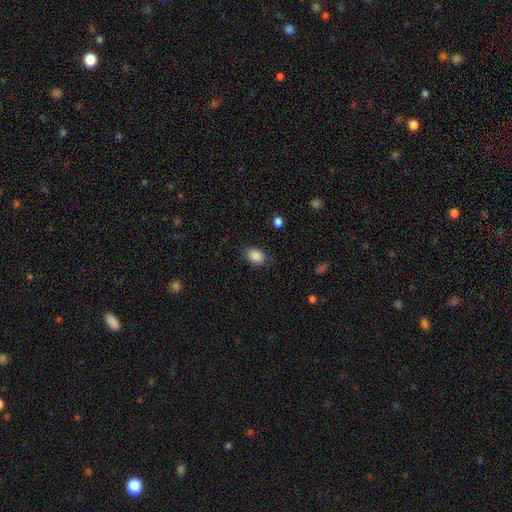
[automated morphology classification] Smooth or featured? smooth (87%)
How rounded? in between (79%)
Merging? none (80%)